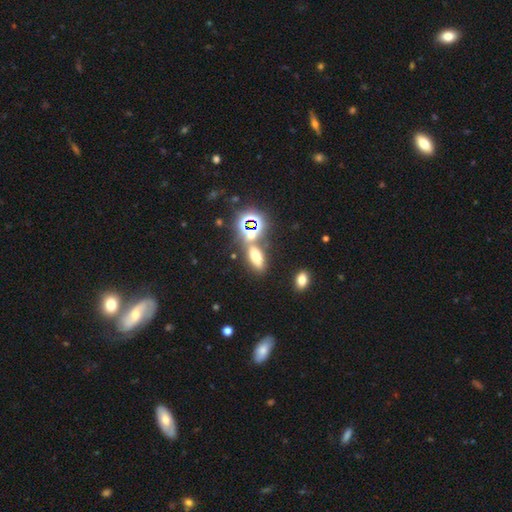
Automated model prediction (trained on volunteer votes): A smooth galaxy with no disk features (55%) that is in between round and cigar-shaped (62%). Merging: none (68%).